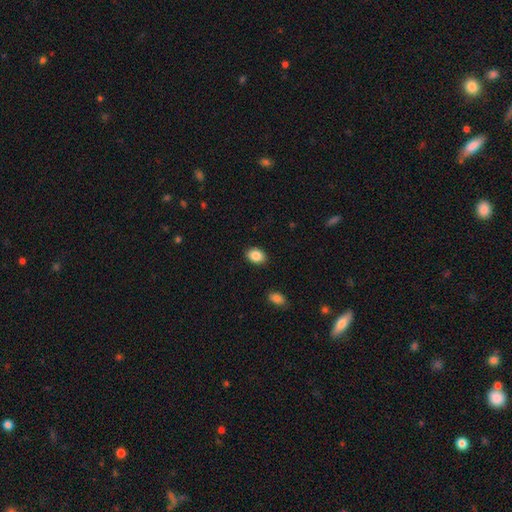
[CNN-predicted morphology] Smooth or featured? smooth (87%)
How rounded? in between (74%)
Merging? none (88%)